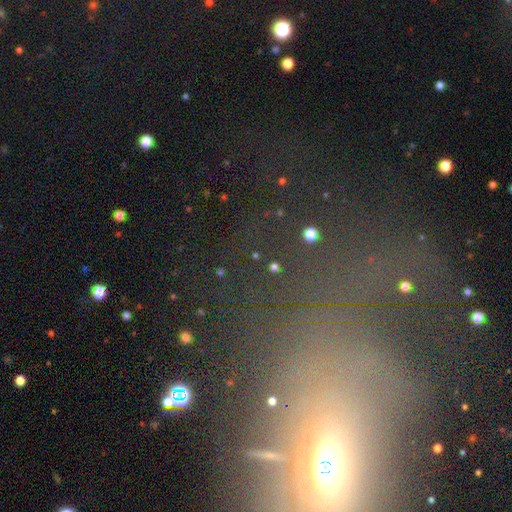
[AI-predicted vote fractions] A star or artifact, not a galaxy (65%).